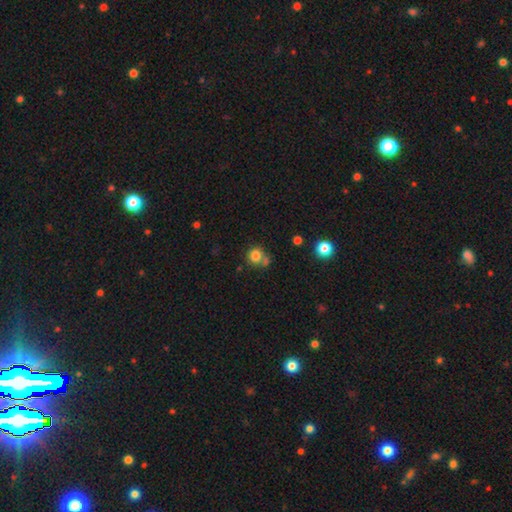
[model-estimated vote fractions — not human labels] smooth 81%, star or artifact 12%, featured or disk 7%. Down the decision tree: how rounded — round (87%); merging — none (59%).